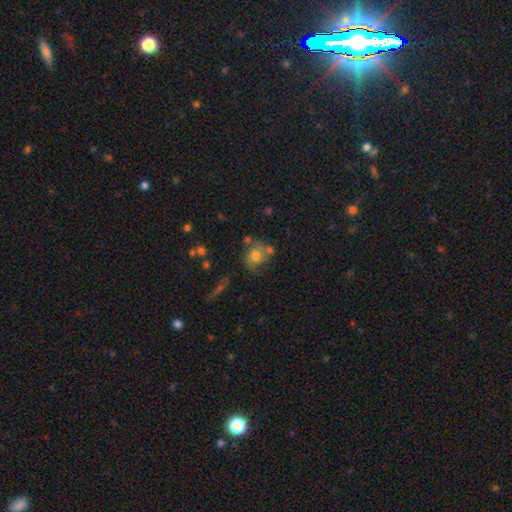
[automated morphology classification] A smooth galaxy with no disk features (59%) that is round (70%).

Vote fractions:
- Smooth or featured? smooth: 59% / featured or disk: 30% / star or artifact: 11%
- How rounded? round: 70% / in between: 28% / cigar-shaped: 1%
- Merging? none: 50% / minor disturbance: 22% / merger: 17% / major disturbance: 11%